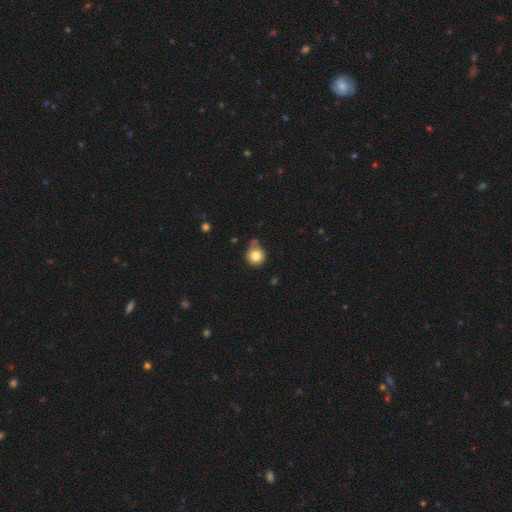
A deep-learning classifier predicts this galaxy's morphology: type=smooth (80%); roundness=round (89%); merging=none (60%).